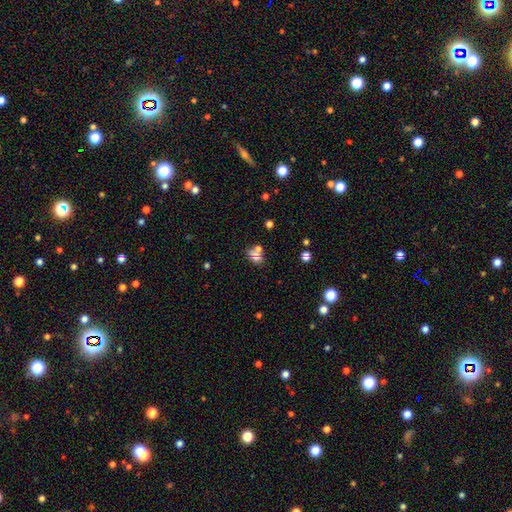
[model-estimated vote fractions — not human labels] A smooth galaxy with no disk features (59%) that is in between round and cigar-shaped (49%). Merging: none (45%).